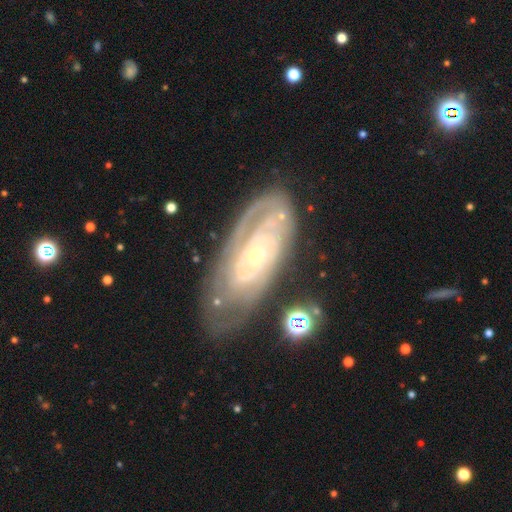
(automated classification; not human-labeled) The model was most divided on "spiral arm count": can't tell: 46%, 2: 26%, 3: 12%, 4: 6%, 1: 6%, more than 4: 4%. More confident: edge-on disk — no (93%); spiral arms — yes (91%); smooth or featured — featured or disk (83%); spiral winding — tight (73%); bar — no (73%); bulge size — small (72%); merging — none (65%).